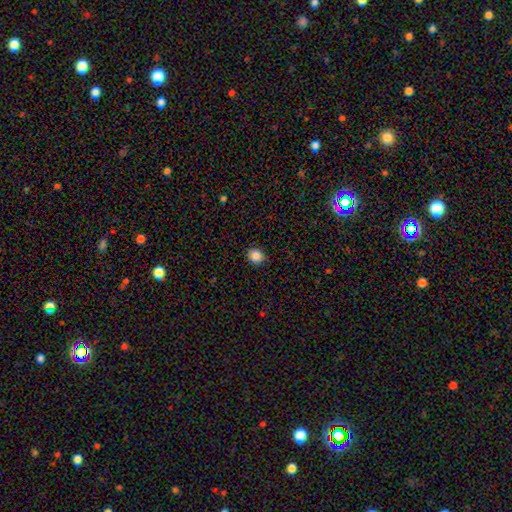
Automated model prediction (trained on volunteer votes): Smooth or featured? smooth (86%)
How rounded? round (80%)
Merging? none (89%)